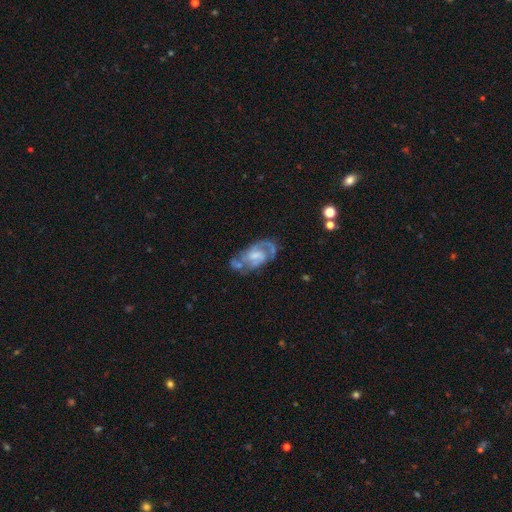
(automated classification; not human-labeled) Overall: featured or disk (83%). Edge-on disk: no (97%). Bar: weak (50%; no 38%). Spiral arms: yes (93%). Spiral arm count: 2 (66%). Spiral winding: medium (51%; tight 32%). Bulge size: moderate (36%; small 31%). Merging: none (54%; minor disturbance 22%).